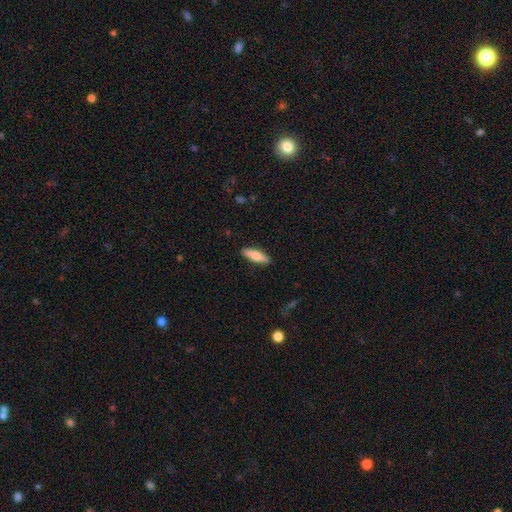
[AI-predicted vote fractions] Morphology: type=smooth (70%); roundness=cigar-shaped (56%); merging=none (89%).